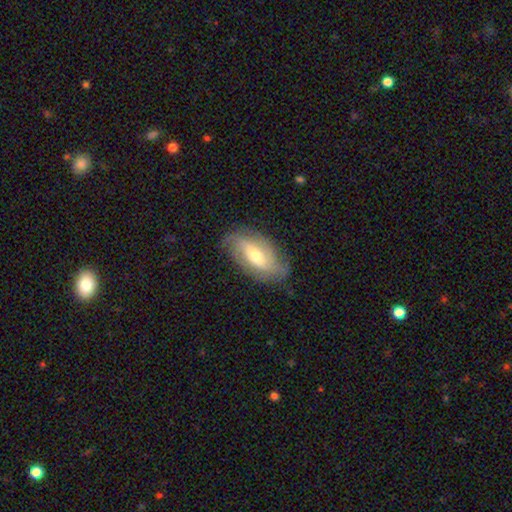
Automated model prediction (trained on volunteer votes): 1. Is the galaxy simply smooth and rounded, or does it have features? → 58% featured or disk, 35% smooth, 7% star or artifact.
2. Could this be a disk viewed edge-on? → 87% no, 13% yes.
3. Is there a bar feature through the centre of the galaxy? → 39% weak, 37% no, 23% strong.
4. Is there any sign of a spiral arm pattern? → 77% yes, 23% no.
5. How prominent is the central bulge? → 64% moderate, 27% small, 6% large, 1% none, 1% dominant.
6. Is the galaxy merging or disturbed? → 73% none, 20% minor disturbance, 6% major disturbance, 1% merger.